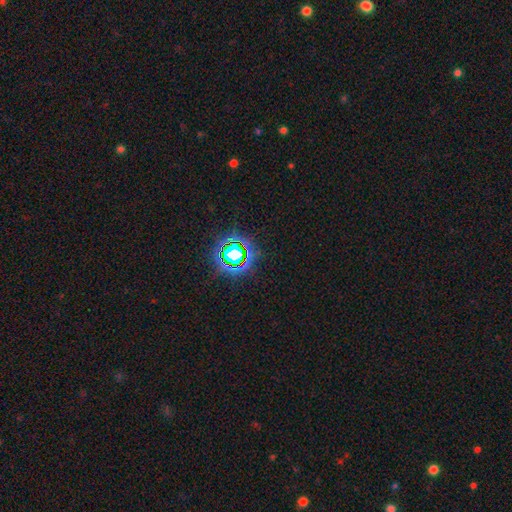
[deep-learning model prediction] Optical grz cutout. It shows a star or artifact, not a galaxy (78%).